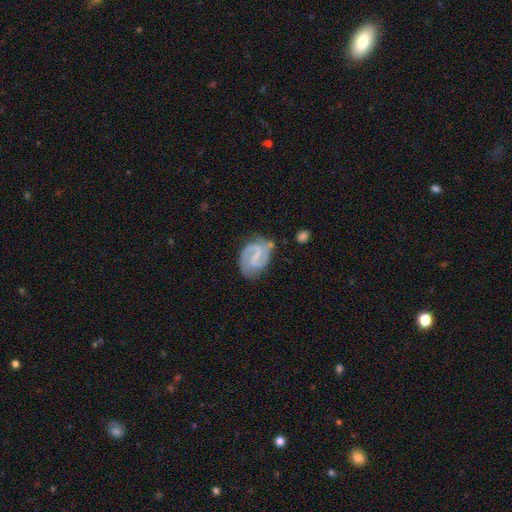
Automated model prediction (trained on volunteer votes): Smooth or featured? featured or disk (84%)
Edge-on disk? no (98%)
Bar? weak (46%)
Spiral arms? yes (95%)
Spiral winding? medium (51%)
Spiral arm count? 2 (89%)
Bulge size? none (49%)
Merging? none (69%)